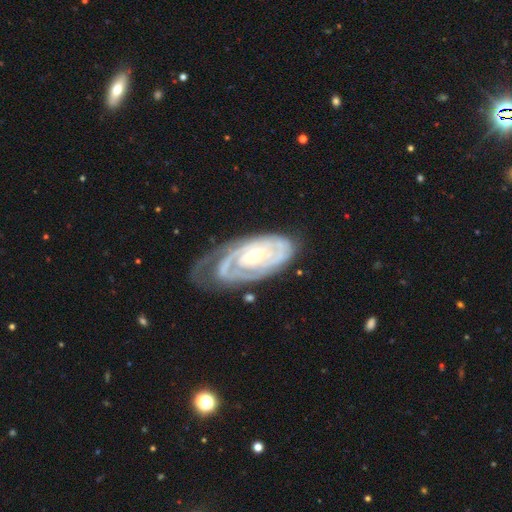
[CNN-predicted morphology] smooth-or-featured: featured or disk: 87% | smooth: 8% | star or artifact: 5%
  disk-edge-on: no: 95% | yes: 5%
    bar: no: 67% | weak: 23% | strong: 9%
    has-spiral-arms: yes: 94% | no: 6%
      spiral-winding: tight: 75% | medium: 20% | loose: 5%
      spiral-arm-count: 2: 33% (tied) | can't tell: 33% (tied) | 3: 15% | 1: 9% | 4: 6% | more than 4: 4%
    bulge-size: small: 61% | moderate: 35% | large: 2% | none: 1% | dominant: 1%
  merging: none: 51% | minor disturbance: 27% | major disturbance: 20% | merger: 2%